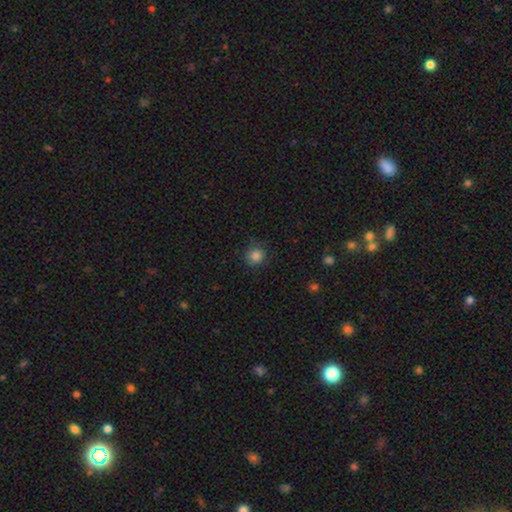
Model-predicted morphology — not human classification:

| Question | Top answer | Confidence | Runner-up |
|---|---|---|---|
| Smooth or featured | smooth | 84% | star or artifact (11%) |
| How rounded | round | 89% | in between (10%) |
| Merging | none | 79% | minor disturbance (16%) |